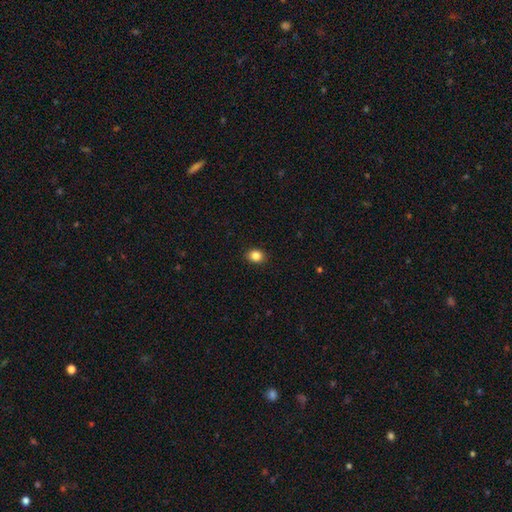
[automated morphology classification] Smooth or featured? Predicted: smooth (p=0.85). How rounded? Predicted: round (p=0.55). Merging? Predicted: none (p=0.91).